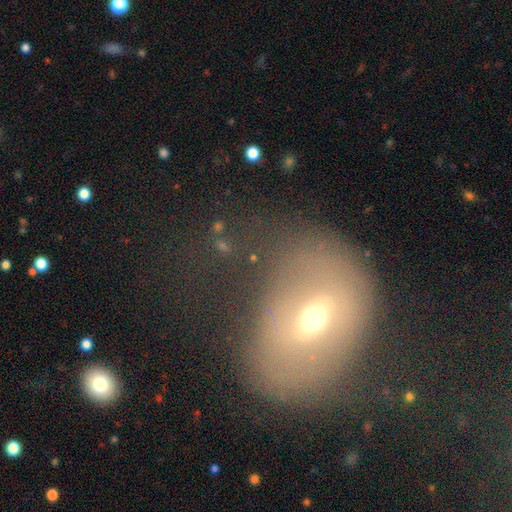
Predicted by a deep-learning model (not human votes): Smooth or featured: smooth — 43% (featured or disk — 42%)
Merging: none — 49% (major disturbance — 25%)